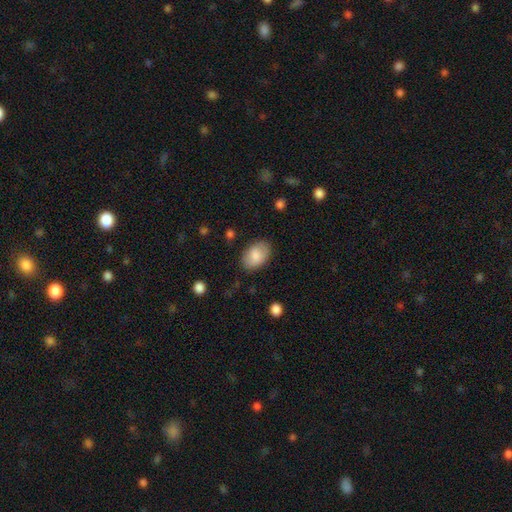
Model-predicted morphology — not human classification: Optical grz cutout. It shows a smooth galaxy with no disk features (83%) that is in between round and cigar-shaped (89%). Merging: none (82%).